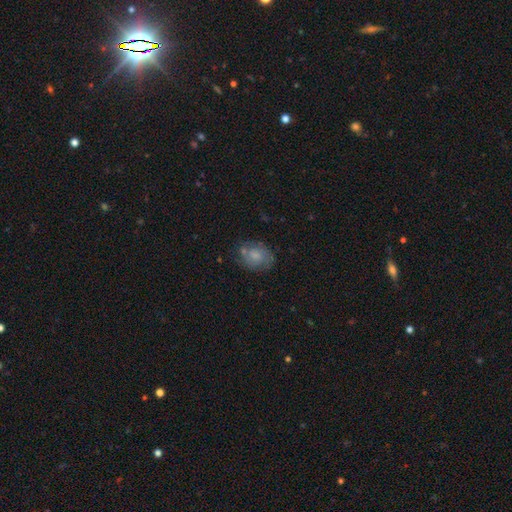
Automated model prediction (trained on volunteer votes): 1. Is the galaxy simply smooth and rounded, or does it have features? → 67% smooth, 25% featured or disk, 8% star or artifact.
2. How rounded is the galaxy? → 60% in between, 39% round, 1% cigar-shaped.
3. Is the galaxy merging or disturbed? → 60% none, 23% minor disturbance, 9% major disturbance, 8% merger.